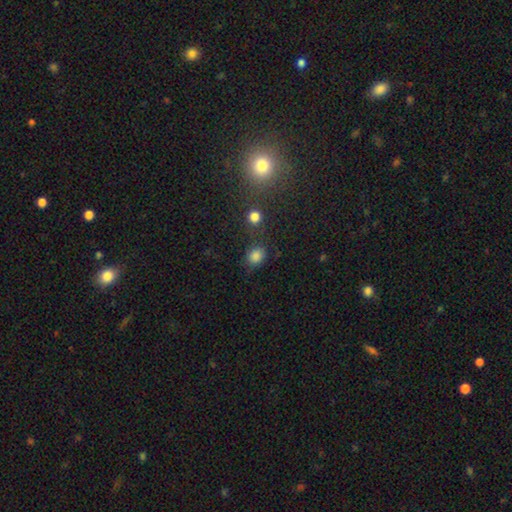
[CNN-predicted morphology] Smooth or featured?
  - smooth: 80% *
  - star or artifact: 15%
  - featured or disk: 5%
How rounded?
  - round: 63% *
  - in between: 36%
  - cigar-shaped: 1%
Merging?
  - none: 70% *
  - minor disturbance: 16%
  - merger: 8%
  - major disturbance: 6%